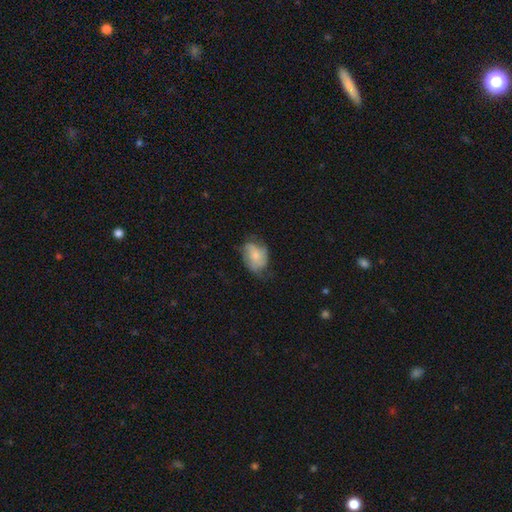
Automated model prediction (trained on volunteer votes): Q: Smooth or featured?
A: smooth (59%); runner-up: featured or disk (33%)
Q: How rounded?
A: in between (74%); runner-up: round (25%)
Q: Merging?
A: none (48%); runner-up: minor disturbance (33%)